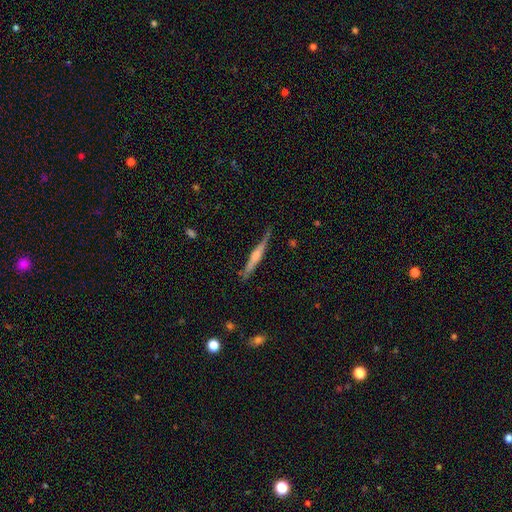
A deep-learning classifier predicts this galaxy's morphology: Q: Smooth or featured?
A: featured or disk (66%); runner-up: smooth (28%)
Q: Edge-on disk?
A: yes (97%); runner-up: no (3%)
Q: Edge-on bulge?
A: rounded (61%); runner-up: none (20%)
Q: Merging?
A: none (83%); runner-up: minor disturbance (13%)